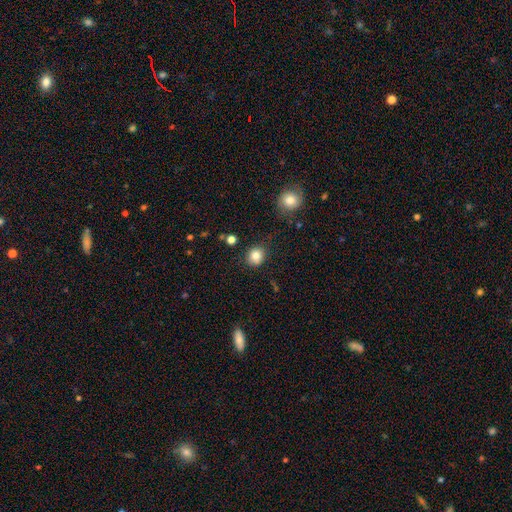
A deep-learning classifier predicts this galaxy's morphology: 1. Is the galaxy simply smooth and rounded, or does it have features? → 83% smooth, 10% star or artifact, 7% featured or disk.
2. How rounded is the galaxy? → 79% round, 20% in between, 1% cigar-shaped.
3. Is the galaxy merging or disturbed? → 85% none, 10% minor disturbance, 3% major disturbance, 2% merger.